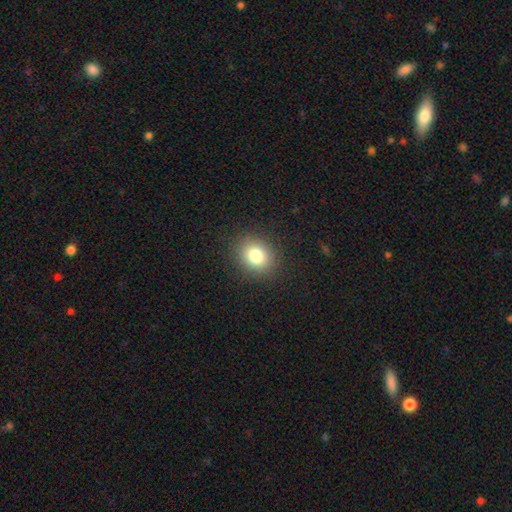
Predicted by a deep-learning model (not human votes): Smooth or featured? smooth (81%)
How rounded? round (65%)
Merging? none (89%)